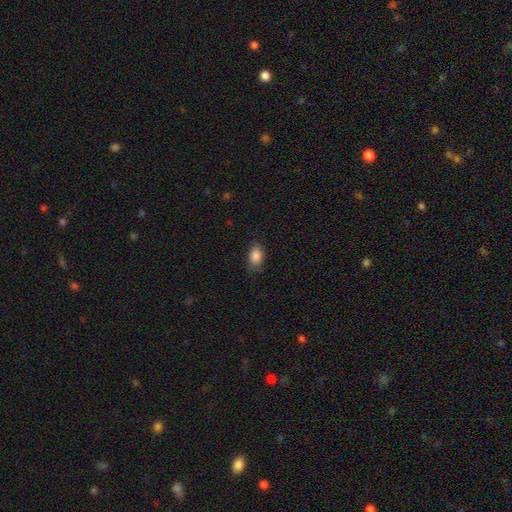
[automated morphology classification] smooth_or_featured: smooth (p=0.88) [alt: star or artifact p=0.08]
how_rounded: in between (p=0.88) [alt: round p=0.09]
merging: none (p=0.80) [alt: minor disturbance p=0.16]